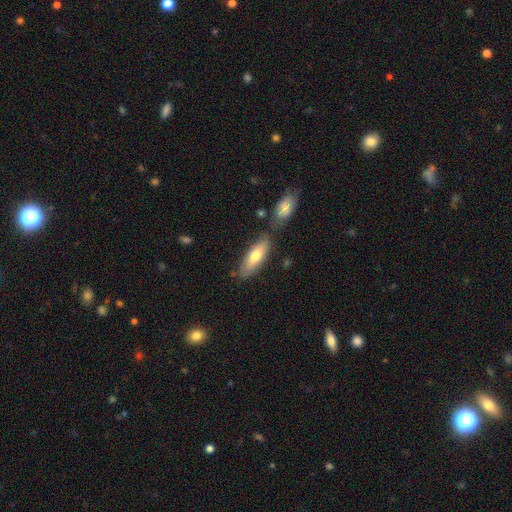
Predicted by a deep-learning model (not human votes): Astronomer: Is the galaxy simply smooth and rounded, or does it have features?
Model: smooth — 67%.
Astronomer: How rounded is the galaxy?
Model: in between — 57% (runner-up: cigar-shaped, 41%).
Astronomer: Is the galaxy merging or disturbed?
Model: none — 70%.